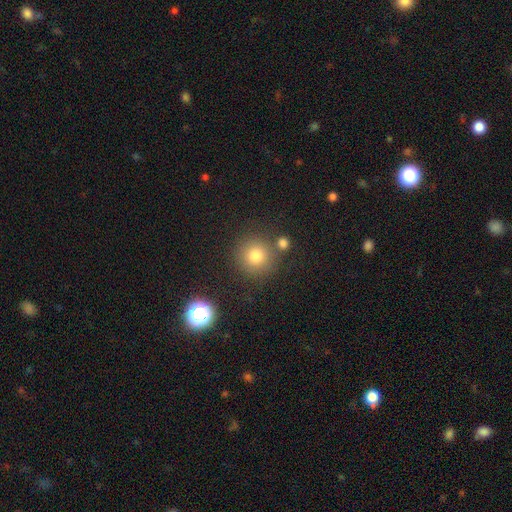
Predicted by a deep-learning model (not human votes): Smooth or featured? Predicted: smooth (p=0.77). How rounded? Predicted: round (p=0.94). Merging? Predicted: none (p=0.79).